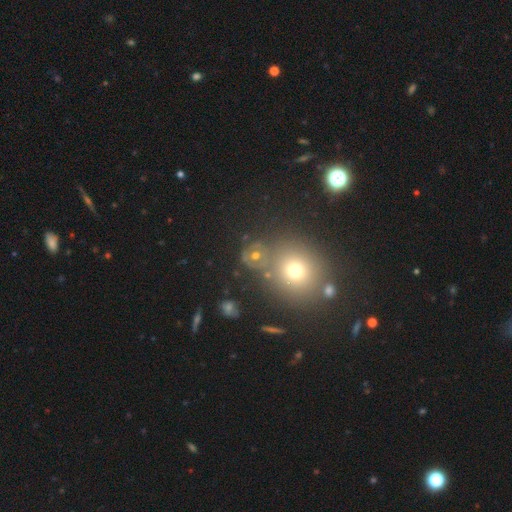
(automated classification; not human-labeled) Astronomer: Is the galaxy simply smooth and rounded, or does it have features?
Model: smooth — 52% (runner-up: star or artifact, 34%).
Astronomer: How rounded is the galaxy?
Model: round — 81%.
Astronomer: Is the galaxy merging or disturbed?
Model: none — 72%.